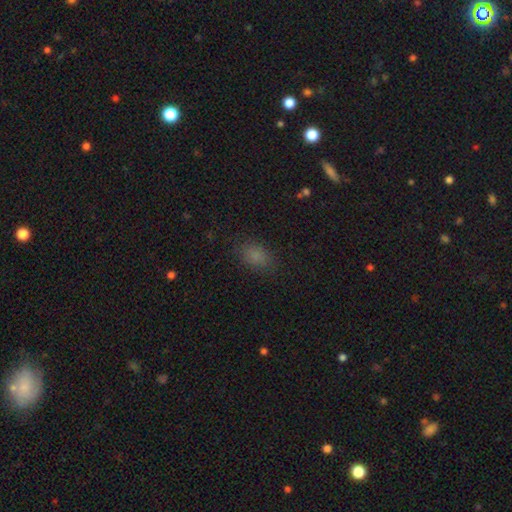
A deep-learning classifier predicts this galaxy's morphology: Smooth or featured? smooth (82%)
How rounded? in between (82%)
Merging? none (82%)